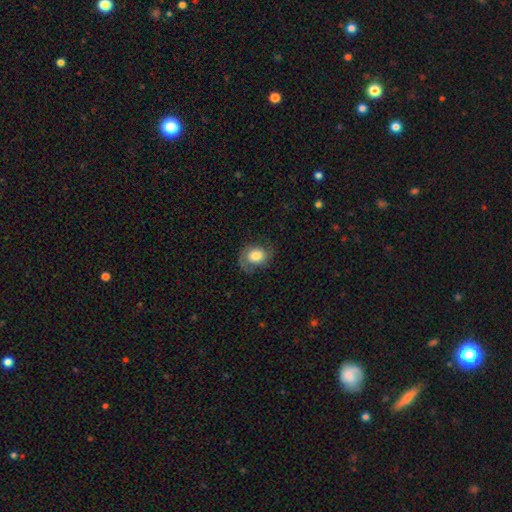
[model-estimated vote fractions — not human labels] Q: Smooth or featured?
A: smooth (56%); runner-up: featured or disk (35%)
Q: How rounded?
A: round (53%); runner-up: in between (47%)
Q: Merging?
A: none (63%); runner-up: minor disturbance (23%)